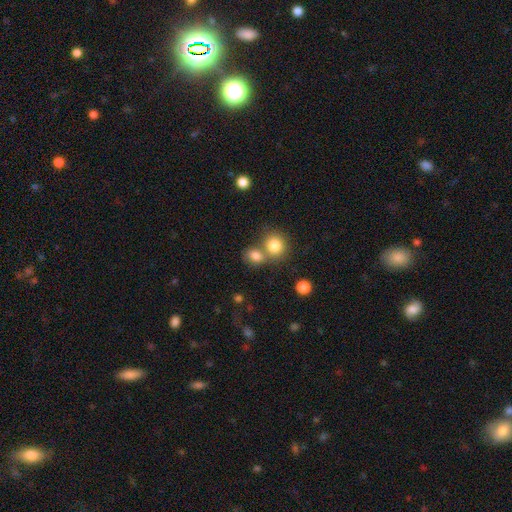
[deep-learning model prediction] smooth 81%, star or artifact 11%, featured or disk 8%. Down the decision tree: how rounded — round (61%); merging — merger (46%).